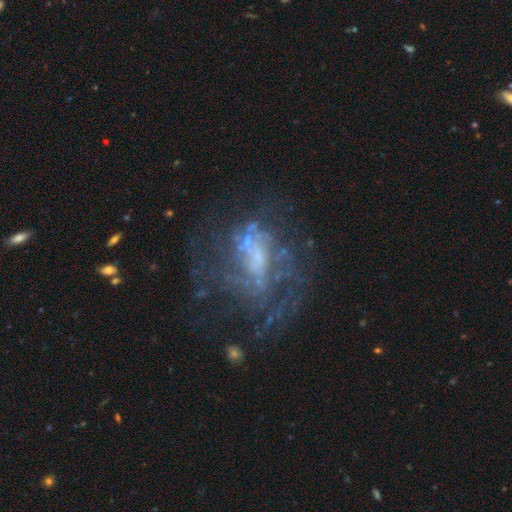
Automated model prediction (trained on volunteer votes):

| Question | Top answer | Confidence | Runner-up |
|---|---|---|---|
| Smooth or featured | featured or disk | 73% | star or artifact (14%) |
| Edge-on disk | no | 97% | yes (3%) |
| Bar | no | 62% | weak (29%) |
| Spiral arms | yes | 56% | no (44%) |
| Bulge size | small | 38% | none (35%) |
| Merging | none | 48% | major disturbance (30%) |